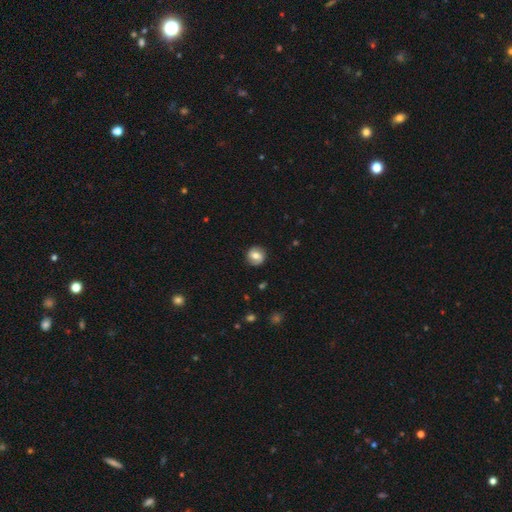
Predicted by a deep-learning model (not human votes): smooth_or_featured: smooth (p=0.57) [alt: featured or disk p=0.35]
how_rounded: round (p=0.85) [alt: in between p=0.14]
merging: none (p=0.86) [alt: minor disturbance p=0.10]